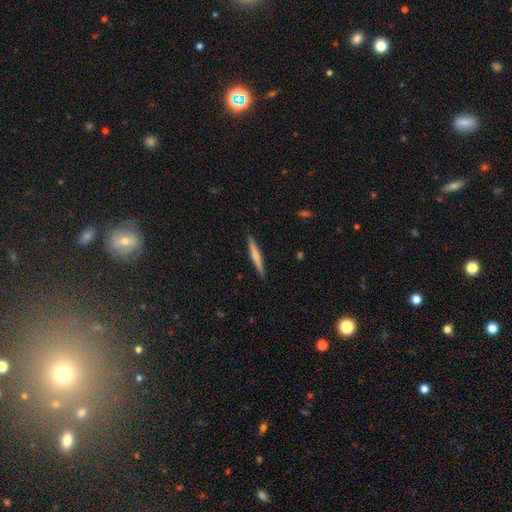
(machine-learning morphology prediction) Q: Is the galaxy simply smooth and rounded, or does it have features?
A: smooth — 58%.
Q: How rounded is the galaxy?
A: cigar-shaped — 95%.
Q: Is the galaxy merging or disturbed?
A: none — 91%.